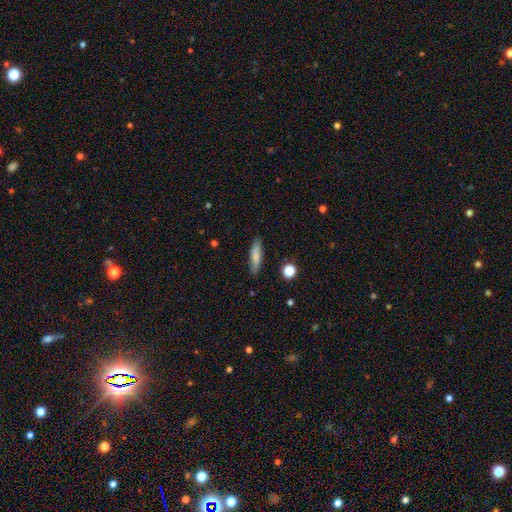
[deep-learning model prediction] smooth-or-featured: smooth: 76% | featured or disk: 17% | star or artifact: 7%
  how-rounded: cigar-shaped: 70% | in between: 28% | round: 2%
  merging: none: 84% | minor disturbance: 12% | major disturbance: 2% | merger: 2%